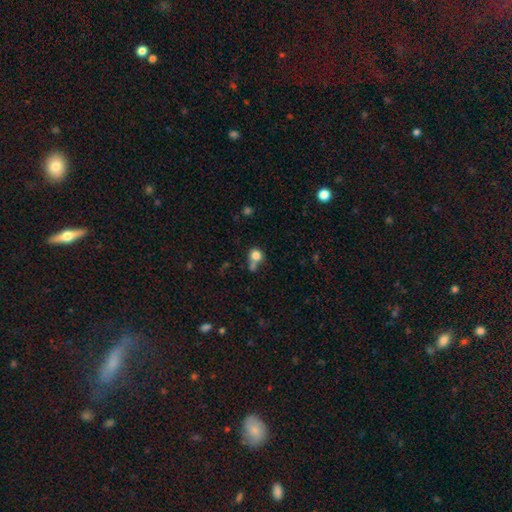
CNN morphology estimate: smooth-or-featured: smooth: 81% | star or artifact: 11% | featured or disk: 8%
  how-rounded: round: 83% | in between: 16% | cigar-shaped: 1%
  merging: none: 49% | merger: 32% | minor disturbance: 13% | major disturbance: 6%